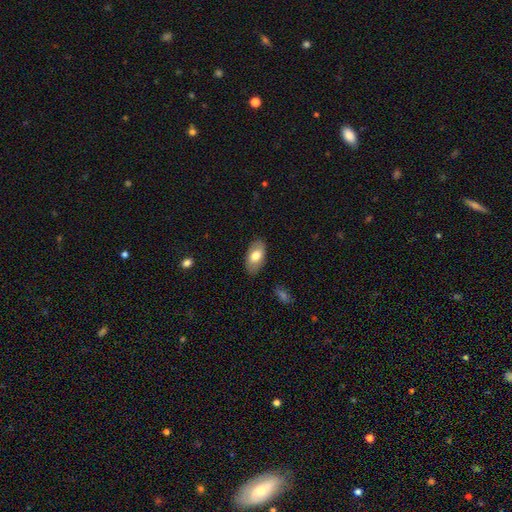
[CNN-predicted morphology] smooth-or-featured: smooth: 73% | featured or disk: 21% | star or artifact: 6%
  how-rounded: in between: 94% | round: 4% | cigar-shaped: 2%
  merging: none: 85% | minor disturbance: 11% | major disturbance: 2% | merger: 1%